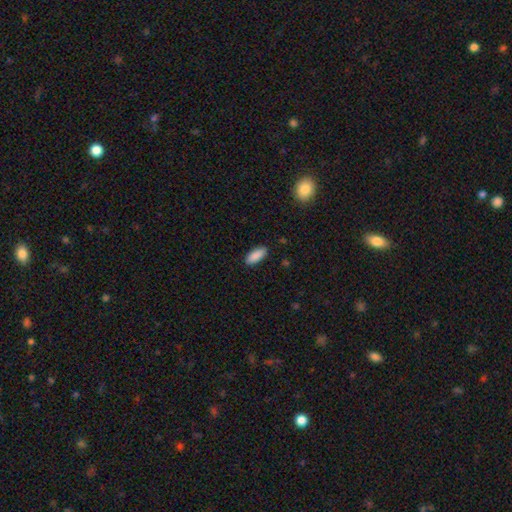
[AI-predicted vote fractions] This is clearly a smooth galaxy (89%). How rounded: clearly in between (81%). Merging: clearly none (88%).